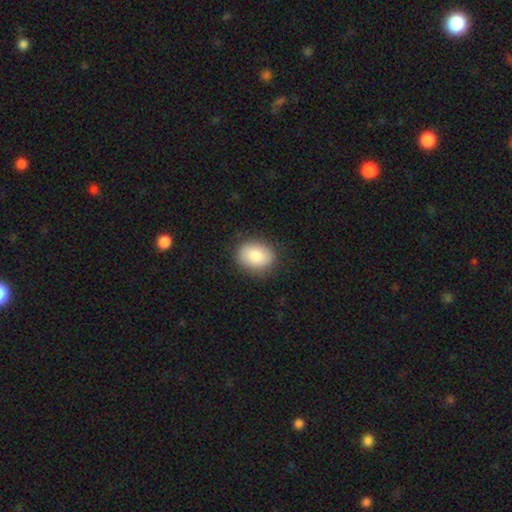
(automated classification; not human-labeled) Smooth or featured: smooth — 86% (featured or disk — 7%)
How rounded: in between — 53% (round — 46%)
Merging: none — 86% (minor disturbance — 10%)